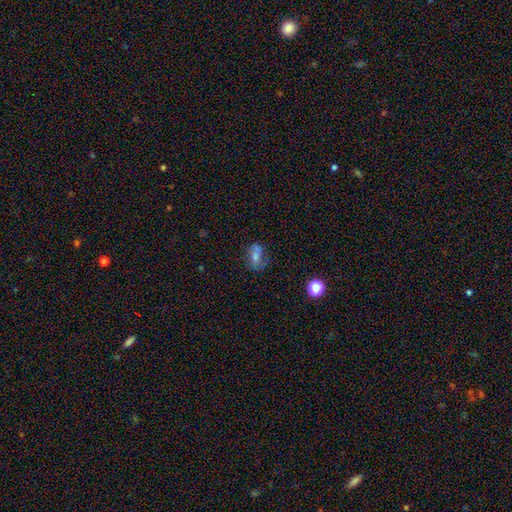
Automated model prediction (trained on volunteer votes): Smooth or featured? smooth (52%)
How rounded? in between (77%)
Merging? none (48%)